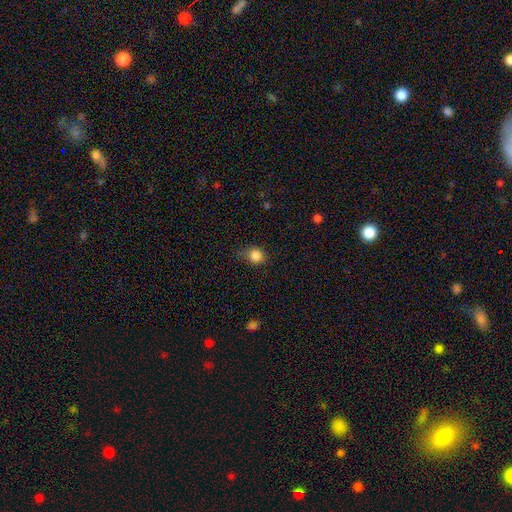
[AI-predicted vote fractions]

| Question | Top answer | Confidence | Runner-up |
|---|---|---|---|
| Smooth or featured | smooth | 85% | star or artifact (11%) |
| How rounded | round | 80% | in between (19%) |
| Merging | none | 67% | minor disturbance (25%) |